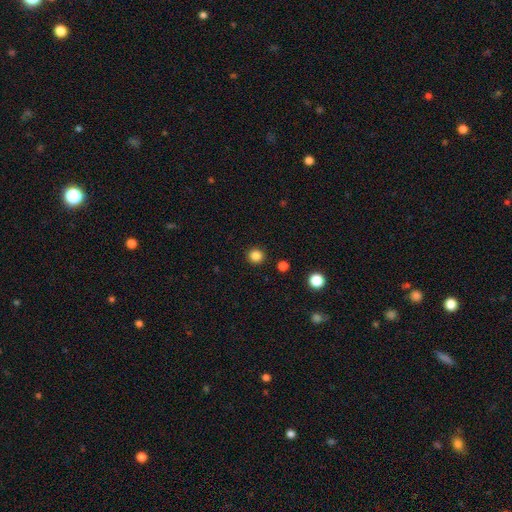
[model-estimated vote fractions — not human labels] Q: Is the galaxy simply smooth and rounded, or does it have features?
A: smooth — 85%.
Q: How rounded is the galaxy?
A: round — 94%.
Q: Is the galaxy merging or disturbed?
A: none — 92%.